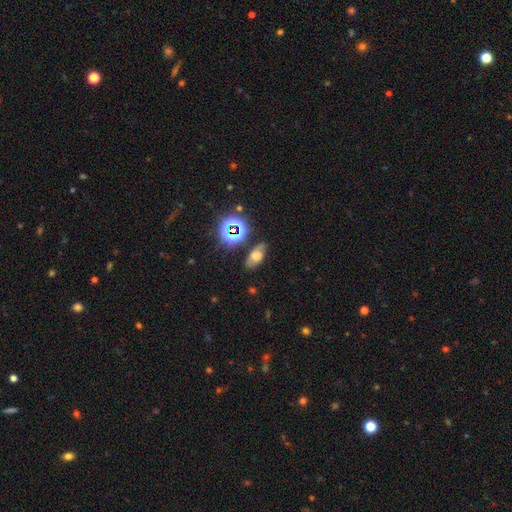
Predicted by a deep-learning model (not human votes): This appears to be a smooth galaxy with no disk features (51%) that is in between round and cigar-shaped (84%). Merging: none (70%).